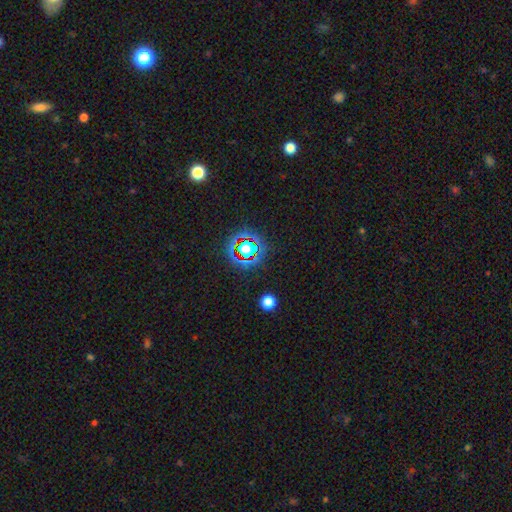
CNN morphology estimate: star or artifact 74%, smooth 17%, featured or disk 9%.